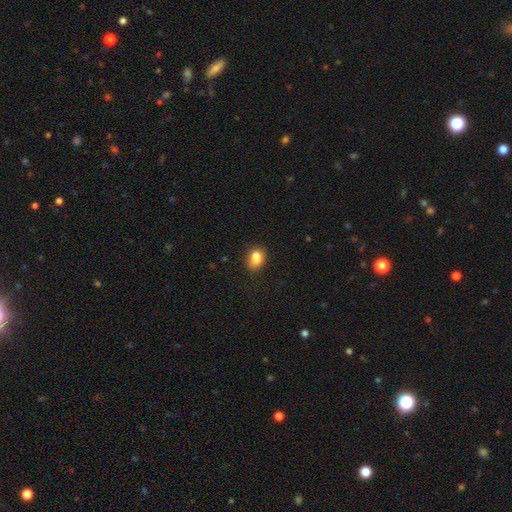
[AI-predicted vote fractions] This is clearly a smooth galaxy (82%). How rounded: likely in between (69%). Merging: possibly none (60%).